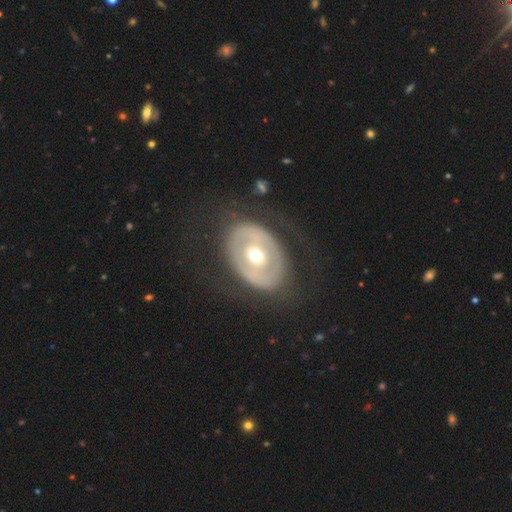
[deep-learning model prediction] This is likely a featured or disk galaxy (66%). It is clearly not viewed edge-on (93%). Bar: likely no (69%). Spiral arm pattern: likely no (79%). Central bulge: likely moderate (72%). Merging: likely none (71%).